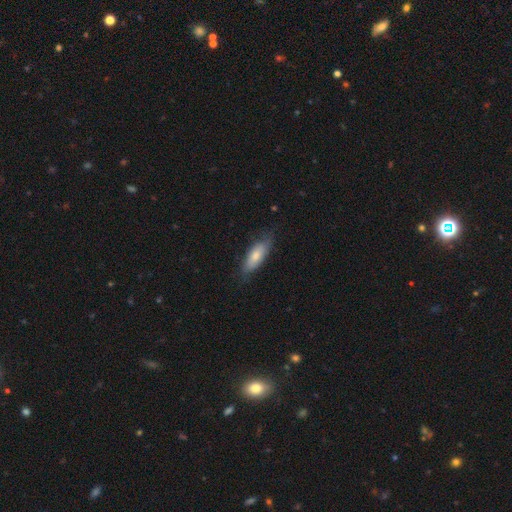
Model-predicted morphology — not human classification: This appears to be a smooth galaxy with no disk features (73%) that is in between round and cigar-shaped (68%). Merging: none (72%).